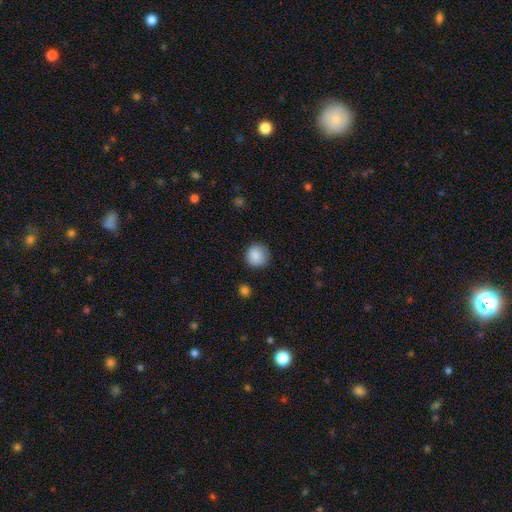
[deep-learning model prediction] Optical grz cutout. It shows a smooth galaxy with no disk features (87%) that is round (93%). Merging: none (87%).